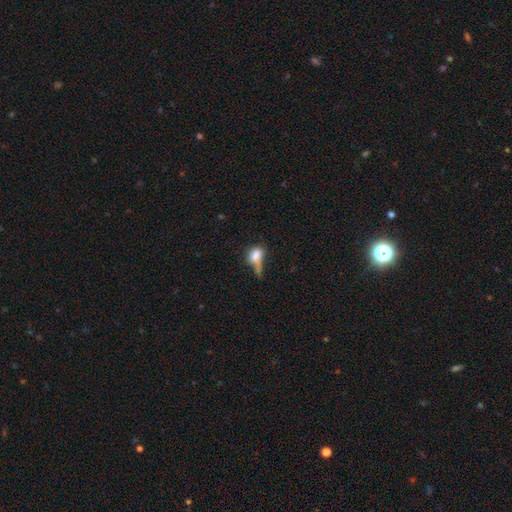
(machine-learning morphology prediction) Smooth or featured? Predicted: smooth (p=0.72). How rounded? Predicted: in between (p=0.67). Merging? Predicted: major disturbance (p=0.30).